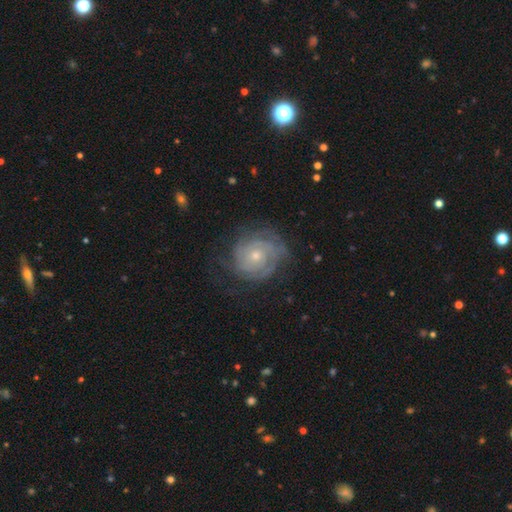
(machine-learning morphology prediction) Smooth or featured?
  - featured or disk: 81% *
  - smooth: 12%
  - star or artifact: 6%
Edge-on disk?
  - no: 97% *
  - yes: 3%
Bar?
  - no: 80% *
  - weak: 16%
  - strong: 3%
Spiral arms?
  - yes: 94% *
  - no: 6%
Spiral winding?
  - tight: 78% *
  - medium: 17%
  - loose: 5%
Spiral arm count?
  - can't tell: 39% *
  - 2: 22%
  - 3: 17%
  - 4: 10%
  - more than 4: 6%
  - 1: 6%
Bulge size?
  - small: 58% *
  - moderate: 38%
  - large: 2%
  - none: 1%
  - dominant: 1%
Merging?
  - none: 70% *
  - minor disturbance: 18%
  - major disturbance: 11%
  - merger: 1%